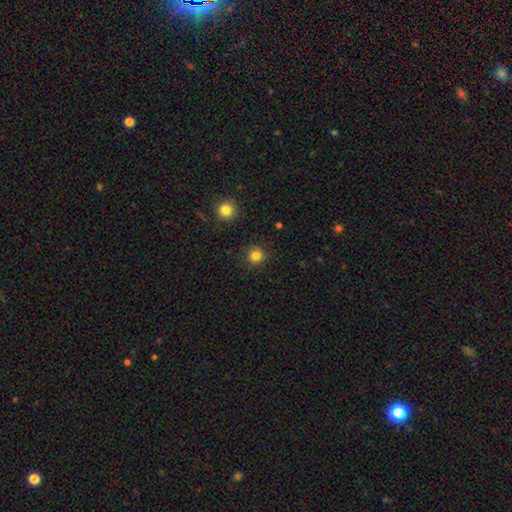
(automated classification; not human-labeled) smooth_or_featured: smooth (p=0.84) [alt: star or artifact p=0.12]
how_rounded: round (p=0.92) [alt: in between p=0.07]
merging: none (p=0.90) [alt: minor disturbance p=0.06]